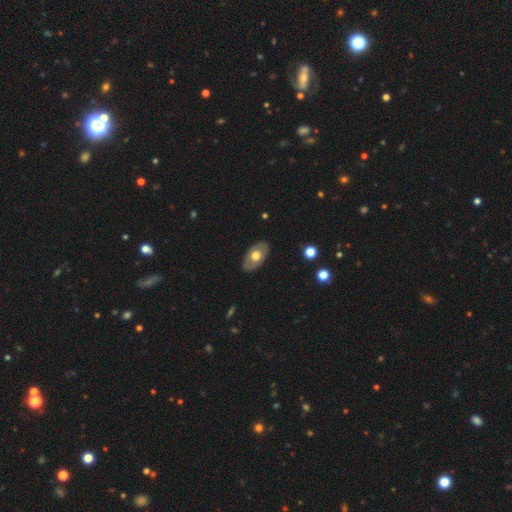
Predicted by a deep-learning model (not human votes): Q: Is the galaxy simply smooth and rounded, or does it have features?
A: smooth — 52%.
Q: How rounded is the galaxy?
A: in between — 90%.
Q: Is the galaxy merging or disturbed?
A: none — 84%.